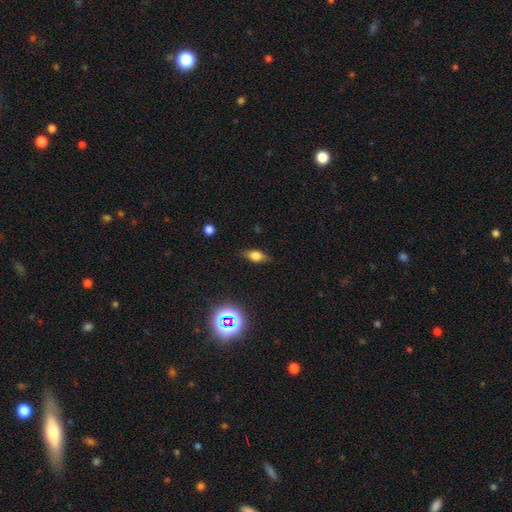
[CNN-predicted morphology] The model was most divided on "smooth or featured": smooth: 63%, featured or disk: 23%, star or artifact: 14%. More confident: merging — none (81%); how rounded — in between (75%).